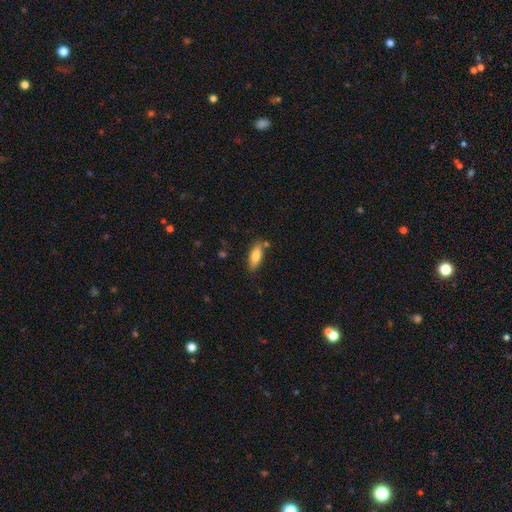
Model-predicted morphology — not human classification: Q: Smooth or featured?
A: smooth (77%); runner-up: featured or disk (17%)
Q: How rounded?
A: in between (69%); runner-up: cigar-shaped (29%)
Q: Merging?
A: none (77%); runner-up: minor disturbance (14%)